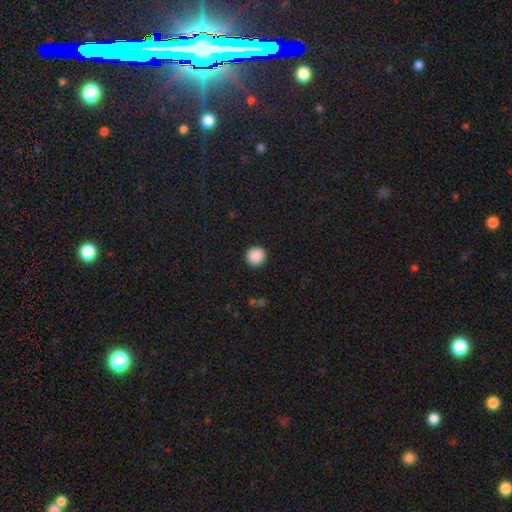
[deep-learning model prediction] The model was most divided on "smooth or featured": smooth: 89%, star or artifact: 8%, featured or disk: 2%. More confident: merging — none (92%); how rounded — round (91%).